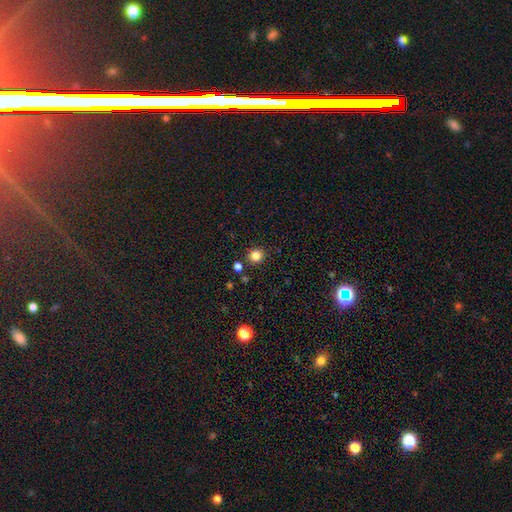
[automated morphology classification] This is clearly a smooth galaxy (82%). How rounded: clearly round (89%). Merging: clearly none (87%).